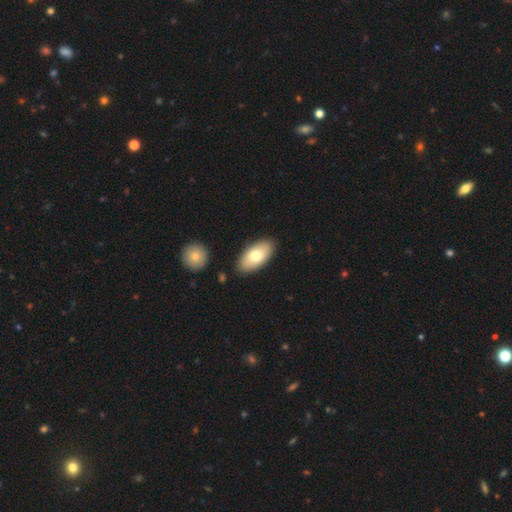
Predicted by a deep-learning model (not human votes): A smooth galaxy with no disk features (72%) that is in between round and cigar-shaped (94%).

Vote fractions:
- Smooth or featured? smooth: 72% / featured or disk: 22% / star or artifact: 6%
- How rounded? in between: 94% / cigar-shaped: 4% / round: 3%
- Merging? none: 86% / minor disturbance: 9% / merger: 3% / major disturbance: 2%